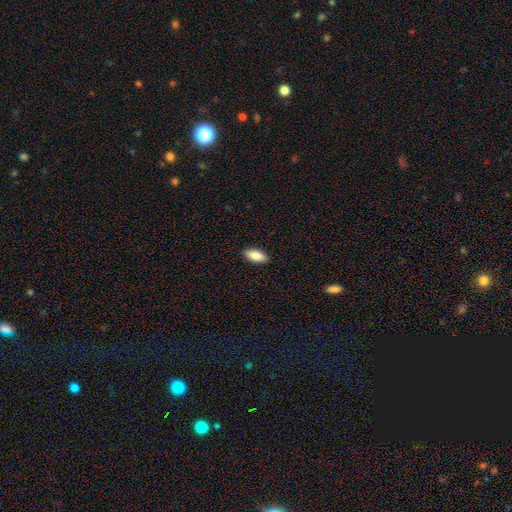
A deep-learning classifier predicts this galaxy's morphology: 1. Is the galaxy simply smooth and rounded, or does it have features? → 86% smooth, 8% featured or disk, 6% star or artifact.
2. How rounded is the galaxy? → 86% in between, 12% cigar-shaped, 2% round.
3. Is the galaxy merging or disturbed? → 90% none, 7% minor disturbance, 2% major disturbance, 1% merger.